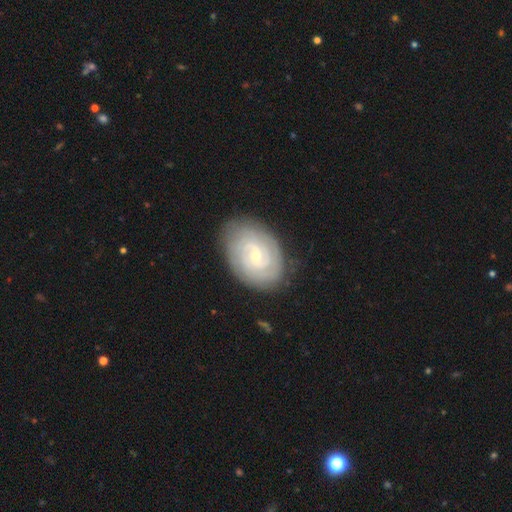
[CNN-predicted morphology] smooth_or_featured: featured or disk (p=0.80) [alt: smooth p=0.14]
disk_edge_on: no (p=0.97) [alt: yes p=0.03]
bar: weak (p=0.48) [alt: no p=0.42]
has_spiral_arms: yes (p=0.94) [alt: no p=0.06]
spiral_winding: tight (p=0.76) [alt: medium p=0.20]
spiral_arm_count: 2 (p=0.35) [alt: can't tell p=0.34]
bulge_size: small (p=0.76) [alt: moderate p=0.21]
merging: none (p=0.82) [alt: minor disturbance p=0.13]